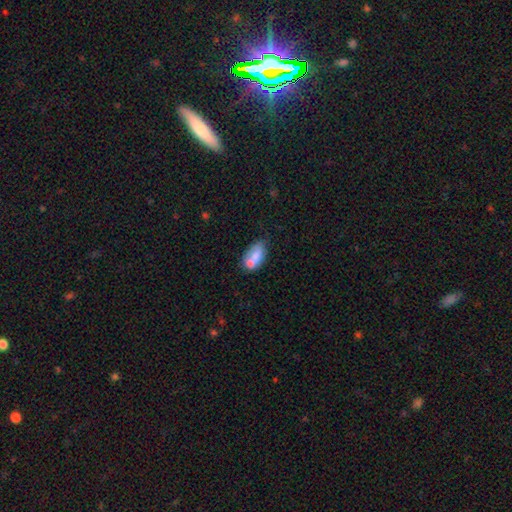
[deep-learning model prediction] This appears to be a smooth galaxy with no disk features (67%) that is in between round and cigar-shaped (89%). Merging: merger (37%).